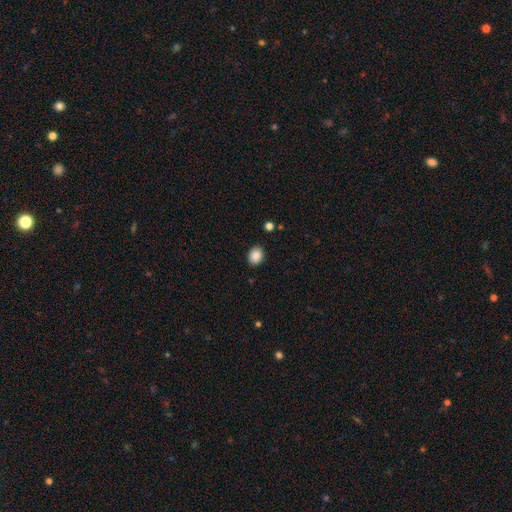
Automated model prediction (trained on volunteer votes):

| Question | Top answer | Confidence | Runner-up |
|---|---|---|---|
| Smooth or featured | smooth | 88% | star or artifact (9%) |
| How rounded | round | 51% | in between (49%) |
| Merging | none | 88% | minor disturbance (9%) |